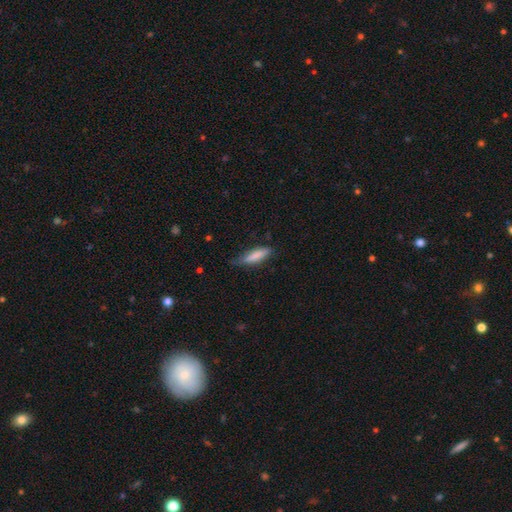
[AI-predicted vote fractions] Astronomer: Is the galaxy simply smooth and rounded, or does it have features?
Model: smooth — 80%.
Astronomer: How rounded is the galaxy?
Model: cigar-shaped — 65%.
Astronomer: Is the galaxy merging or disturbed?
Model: none — 59%.